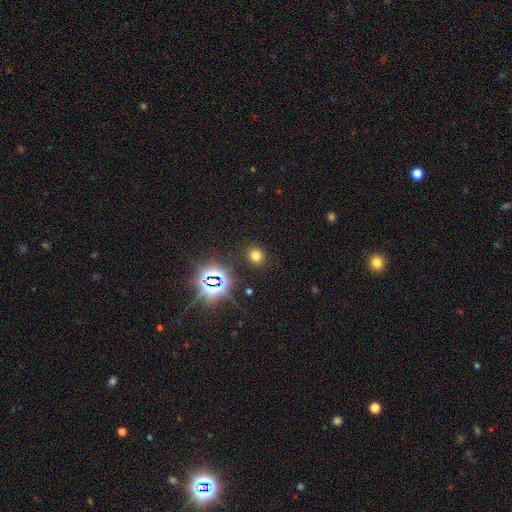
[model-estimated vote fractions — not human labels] A smooth galaxy with no disk features (68%) that is round (80%). Merging: none (89%).